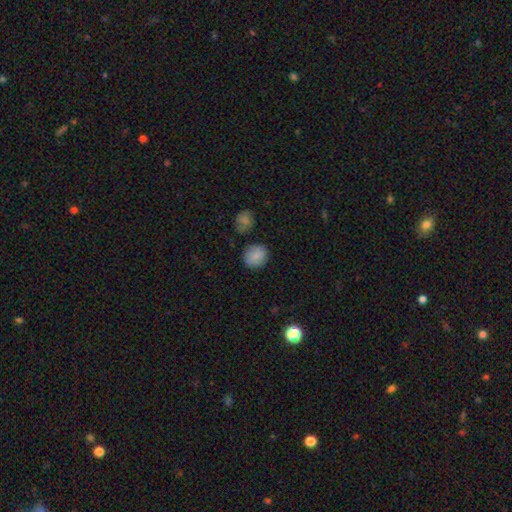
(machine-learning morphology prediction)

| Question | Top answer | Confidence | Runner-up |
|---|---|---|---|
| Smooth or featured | smooth | 85% | star or artifact (9%) |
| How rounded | round | 69% | in between (30%) |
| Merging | none | 83% | minor disturbance (11%) |